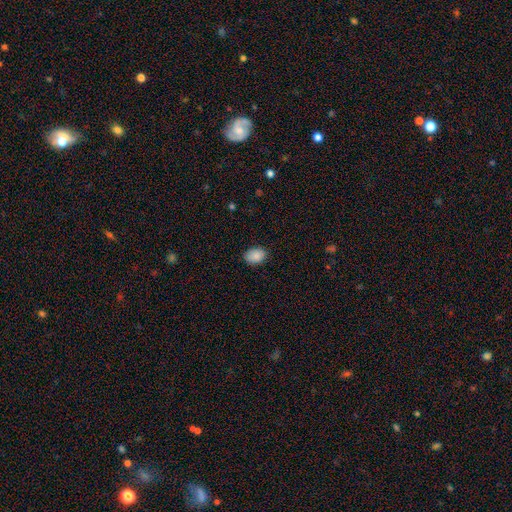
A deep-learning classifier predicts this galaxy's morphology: Q: Smooth or featured?
A: smooth (89%); runner-up: star or artifact (8%)
Q: How rounded?
A: in between (80%); runner-up: round (19%)
Q: Merging?
A: none (85%); runner-up: minor disturbance (12%)